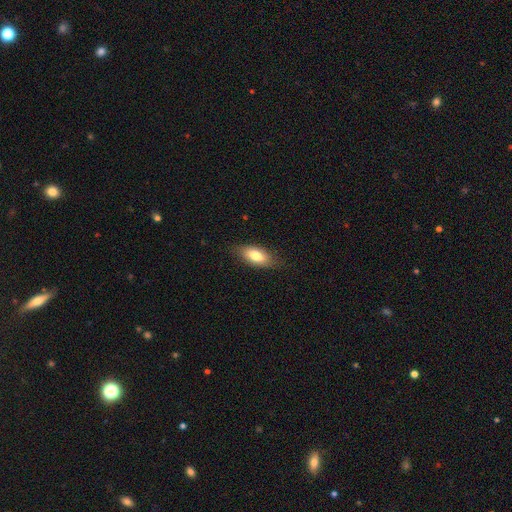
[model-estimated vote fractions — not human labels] A smooth galaxy with no disk features (77%) that is in between round and cigar-shaped (84%).

Vote fractions:
- Smooth or featured? smooth: 77% / featured or disk: 16% / star or artifact: 7%
- How rounded? in between: 84% / cigar-shaped: 12% / round: 4%
- Merging? none: 80% / minor disturbance: 15% / major disturbance: 3% / merger: 1%